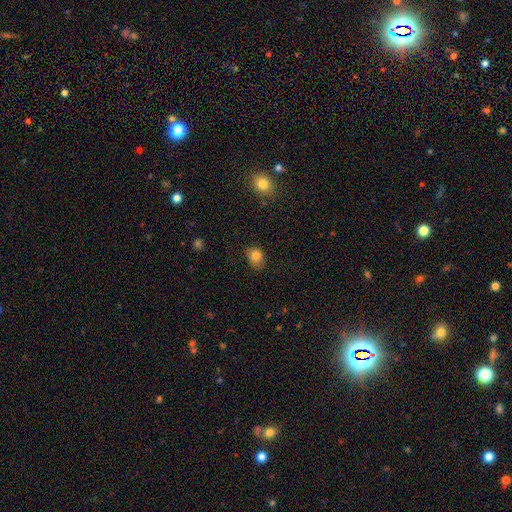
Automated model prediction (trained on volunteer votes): Smooth or featured? Predicted: smooth (p=0.81). How rounded? Predicted: round (p=0.52). Merging? Predicted: none (p=0.76).